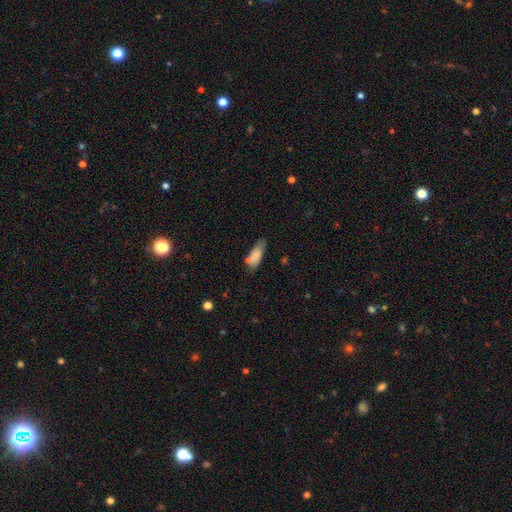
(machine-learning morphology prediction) This is clearly a smooth galaxy (80%). How rounded: likely in between (71%). Merging: possibly none (56%).